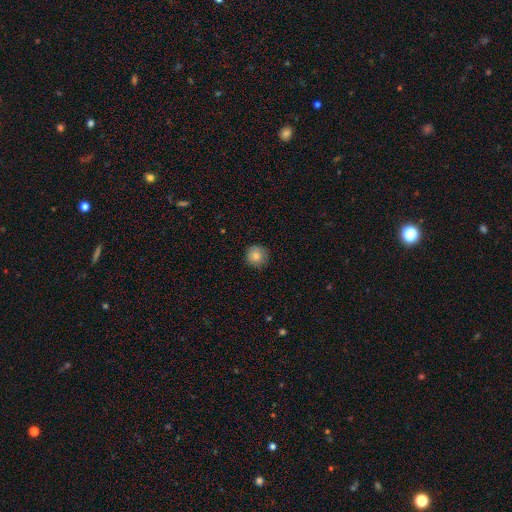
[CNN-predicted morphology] Overall: smooth (84%). How rounded: round (94%). Merging: none (88%).